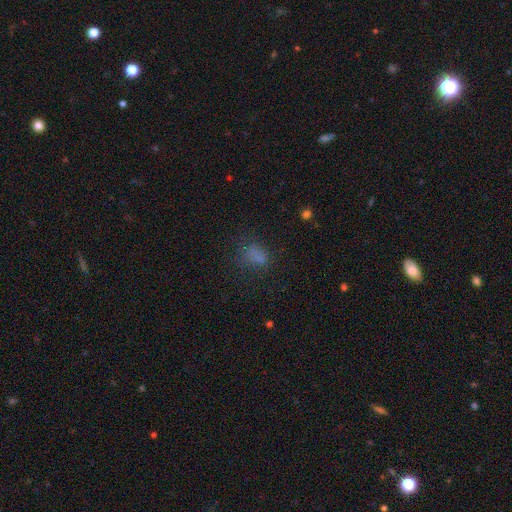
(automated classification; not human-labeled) This appears to be a smooth galaxy with no disk features (71%) that is in between round and cigar-shaped (75%). Merging: none (60%).